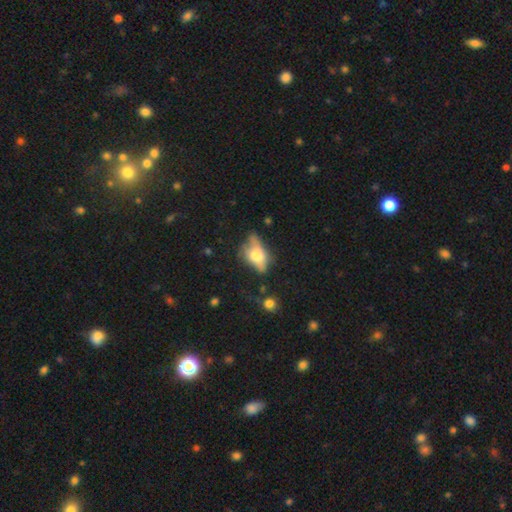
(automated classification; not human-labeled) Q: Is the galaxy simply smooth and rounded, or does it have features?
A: smooth — 49%.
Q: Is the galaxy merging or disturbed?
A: none — 40%.